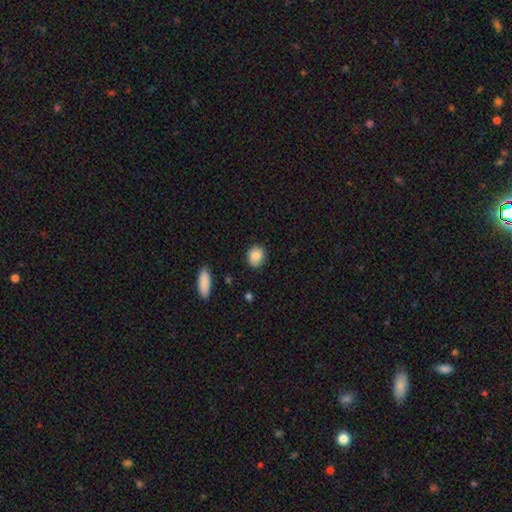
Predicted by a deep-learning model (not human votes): A smooth galaxy with no disk features (86%) that is round (64%). Merging: none (85%).